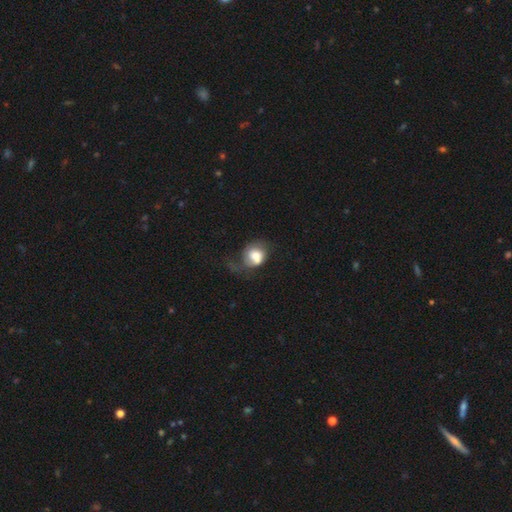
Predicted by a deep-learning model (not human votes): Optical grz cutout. It shows a smooth galaxy with no disk features (57%) that is round (60%). Merging: major disturbance (37%).